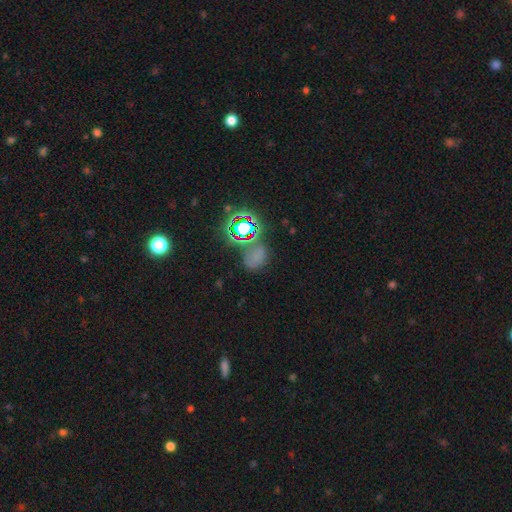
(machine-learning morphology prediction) smooth_or_featured: star or artifact (p=0.49) [alt: smooth p=0.42]